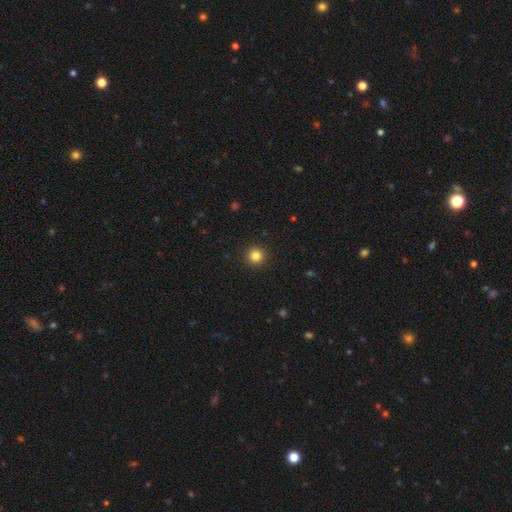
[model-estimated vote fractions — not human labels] A smooth galaxy with no disk features (84%) that is round (95%). Merging: none (93%).